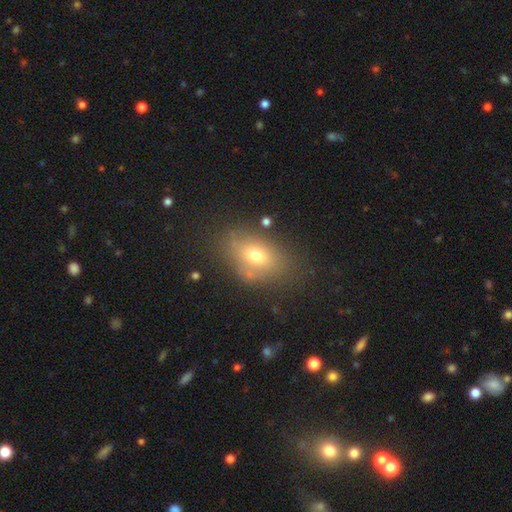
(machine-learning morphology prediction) A smooth galaxy with no disk features (67%) that is in between round and cigar-shaped (81%). Merging: none (70%).